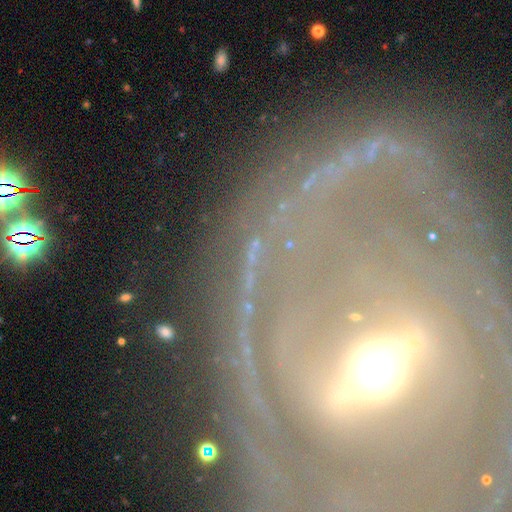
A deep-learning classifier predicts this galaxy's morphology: featured or disk 78%, star or artifact 13%, smooth 10%. Down the decision tree: edge-on disk — no (77%); bar — strong (57%); spiral arms — yes (64%); bulge size — moderate (64%); merging — none (74%).